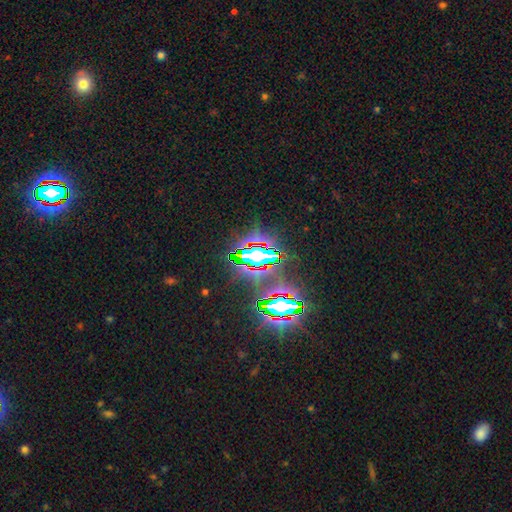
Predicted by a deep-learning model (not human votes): star or artifact 79%, smooth 11%, featured or disk 10%.